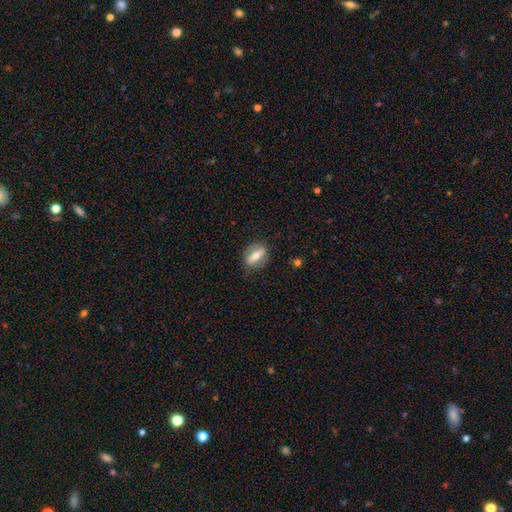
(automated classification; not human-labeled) Smooth or featured?
  - featured or disk: 47% *
  - smooth: 46%
  - star or artifact: 7%
Merging?
  - none: 80% *
  - minor disturbance: 14%
  - major disturbance: 4%
  - merger: 1%